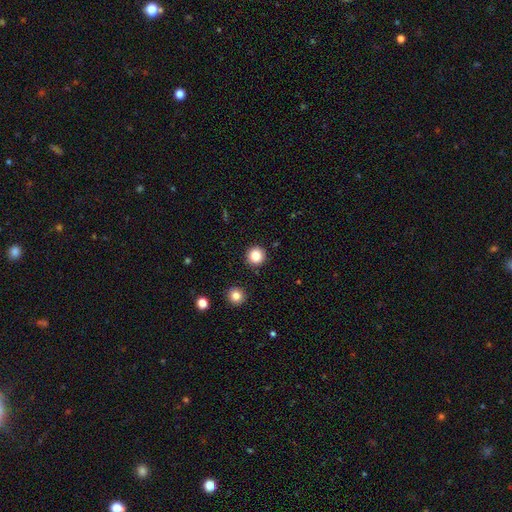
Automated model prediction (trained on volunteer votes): Smooth or featured: smooth — 83% (star or artifact — 11%)
How rounded: round — 95% (in between — 4%)
Merging: none — 92% (minor disturbance — 5%)